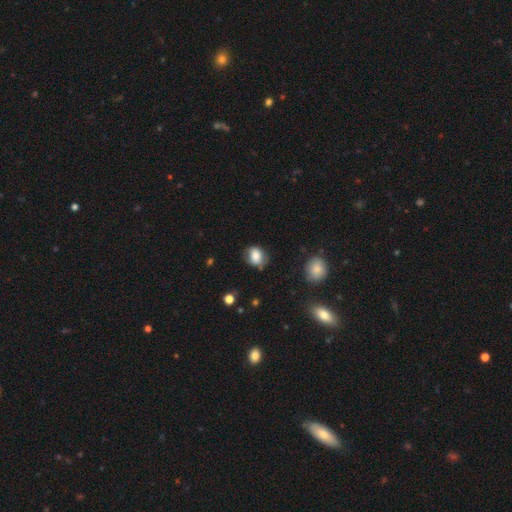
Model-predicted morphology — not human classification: This appears to be a smooth galaxy with no disk features (78%) that is round (55%). Merging: none (70%).